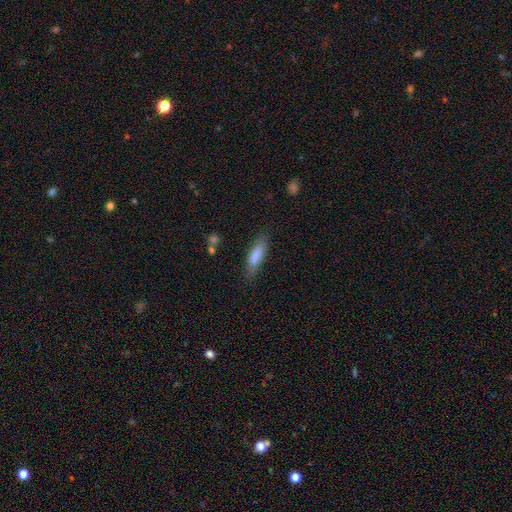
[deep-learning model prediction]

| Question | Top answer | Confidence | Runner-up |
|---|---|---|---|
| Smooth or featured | smooth | 81% | featured or disk (13%) |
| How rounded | cigar-shaped | 56% | in between (42%) |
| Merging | none | 77% | minor disturbance (17%) |